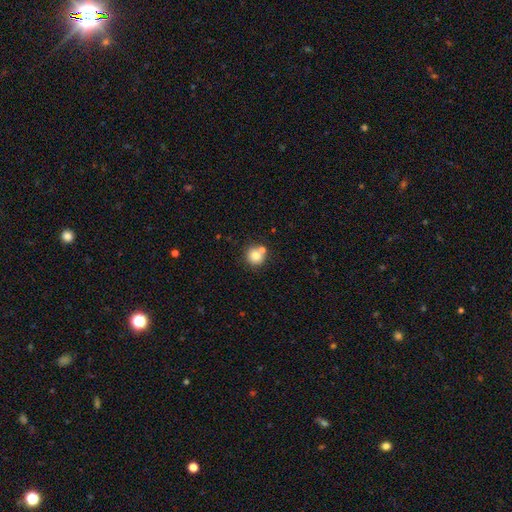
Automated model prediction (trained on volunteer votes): This is likely a smooth galaxy (80%). How rounded: clearly round (90%). Merging: likely none (64%).